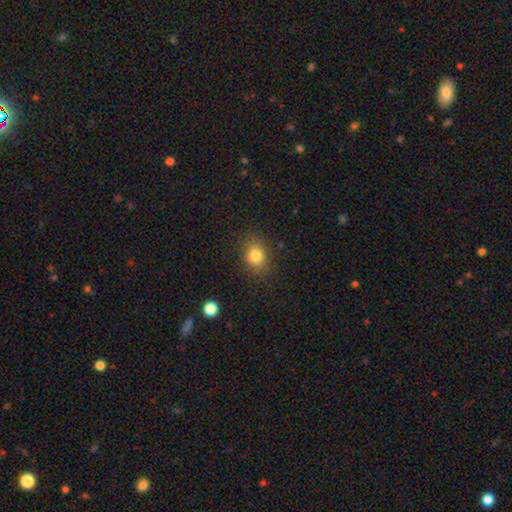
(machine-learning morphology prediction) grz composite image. It shows a smooth galaxy with no disk features (81%) that is in between round and cigar-shaped (54%). Merging: none (83%).